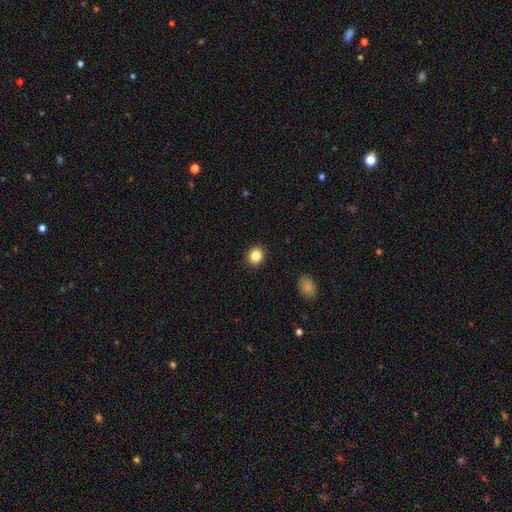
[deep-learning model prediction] smooth_or_featured: smooth (p=0.85) [alt: star or artifact p=0.10]
how_rounded: round (p=0.75) [alt: in between p=0.24]
merging: none (p=0.92) [alt: minor disturbance p=0.06]